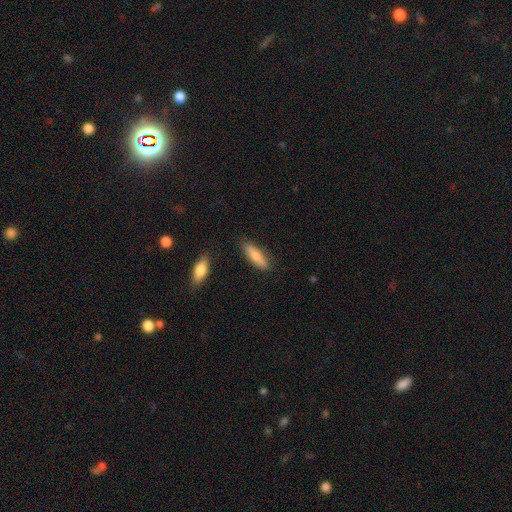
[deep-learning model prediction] Smooth or featured? smooth (72%)
How rounded? cigar-shaped (58%)
Merging? none (82%)